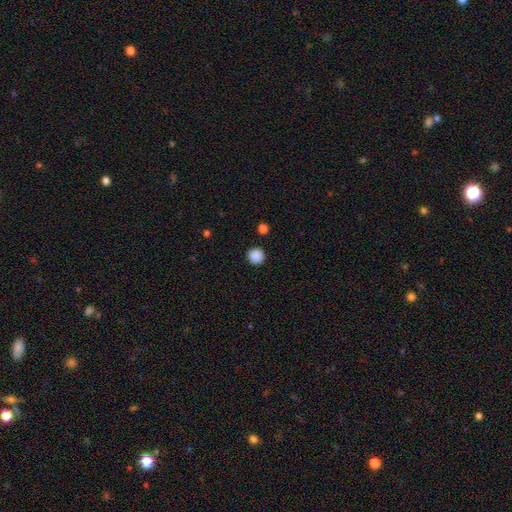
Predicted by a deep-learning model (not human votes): smooth 88%, star or artifact 10%, featured or disk 2%. Down the decision tree: how rounded — round (95%); merging — none (91%).